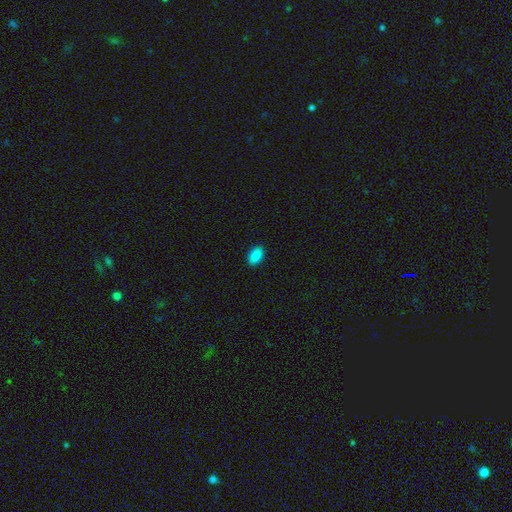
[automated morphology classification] A smooth galaxy with no disk features (90%) that is in between round and cigar-shaped (92%). Merging: none (90%).